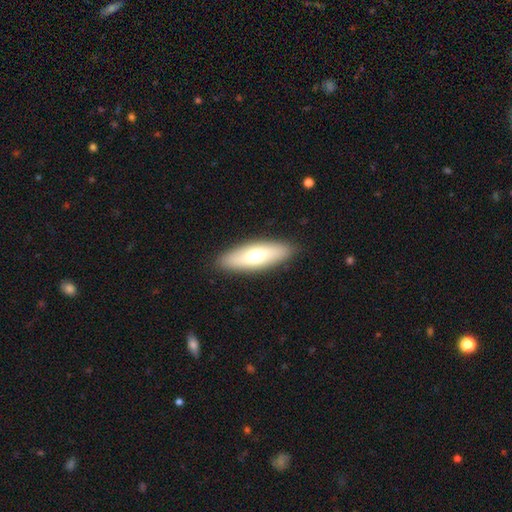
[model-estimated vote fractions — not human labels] Morphology: type=smooth (66%); roundness=in between (58%); merging=none (89%).